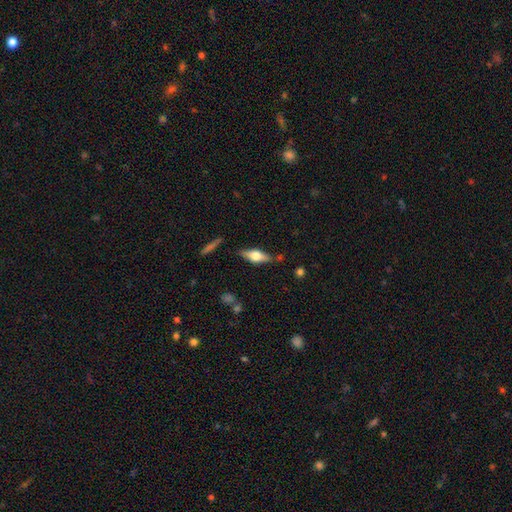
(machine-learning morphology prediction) A featured or disk galaxy (55%) viewed edge-on (92%) with a rounded central bulge (92%). Merging: none (80%).